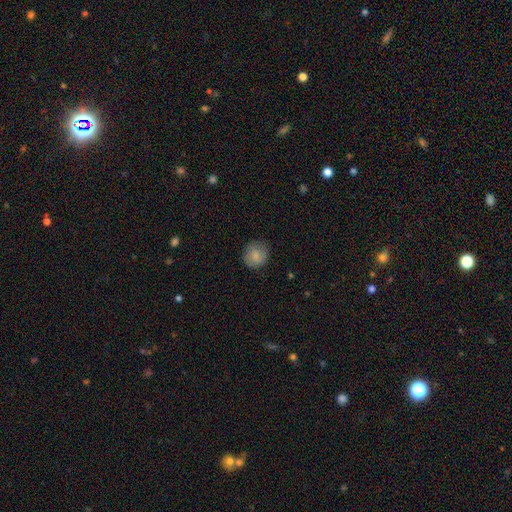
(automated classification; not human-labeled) Smooth or featured?
  - smooth: 80% *
  - featured or disk: 13%
  - star or artifact: 8%
How rounded?
  - round: 84% *
  - in between: 15%
  - cigar-shaped: 1%
Merging?
  - none: 79% *
  - minor disturbance: 16%
  - major disturbance: 4%
  - merger: 1%